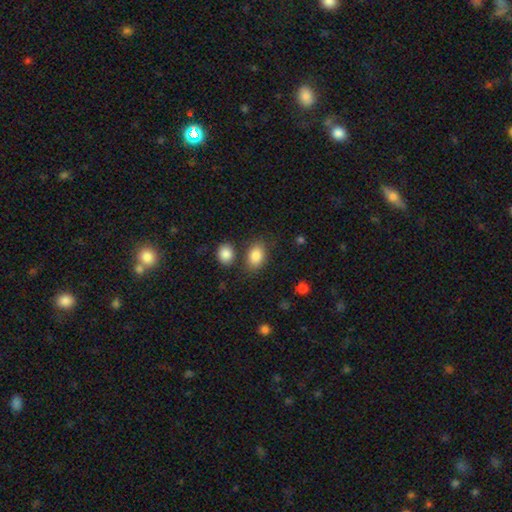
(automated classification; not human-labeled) Q: Smooth or featured?
A: smooth (84%); runner-up: star or artifact (8%)
Q: How rounded?
A: in between (82%); runner-up: round (17%)
Q: Merging?
A: none (72%); runner-up: minor disturbance (13%)